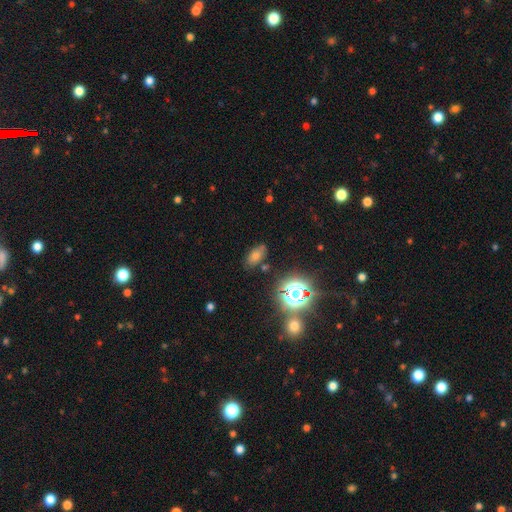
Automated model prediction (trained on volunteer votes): smooth_or_featured: smooth (p=0.49) [alt: star or artifact p=0.38]
merging: none (p=0.81) [alt: minor disturbance p=0.12]